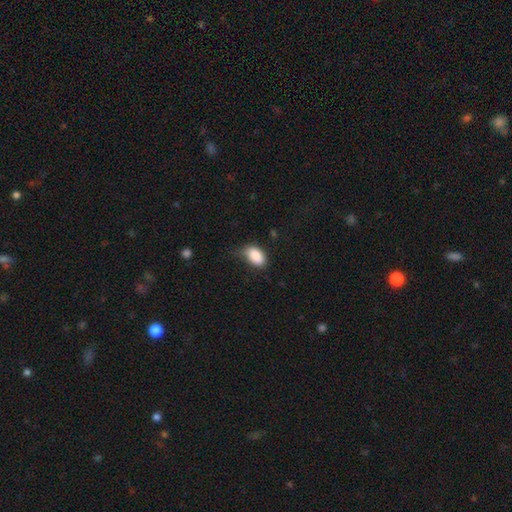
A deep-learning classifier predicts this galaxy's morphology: Smooth or featured? Predicted: smooth (p=0.87). How rounded? Predicted: in between (p=0.91). Merging? Predicted: none (p=0.51).